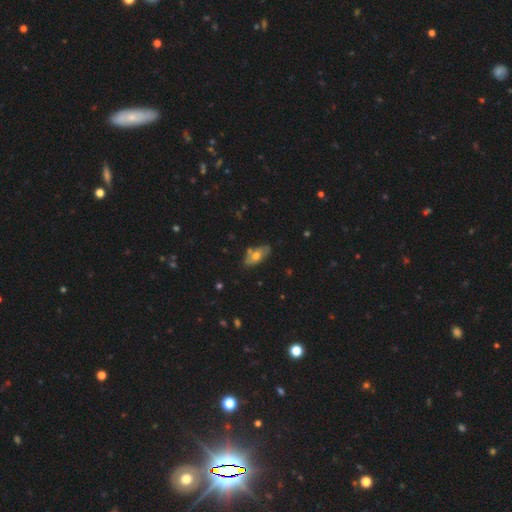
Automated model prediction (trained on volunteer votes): Morphology: type=smooth (57%); roundness=in between (87%); merging=none (69%).